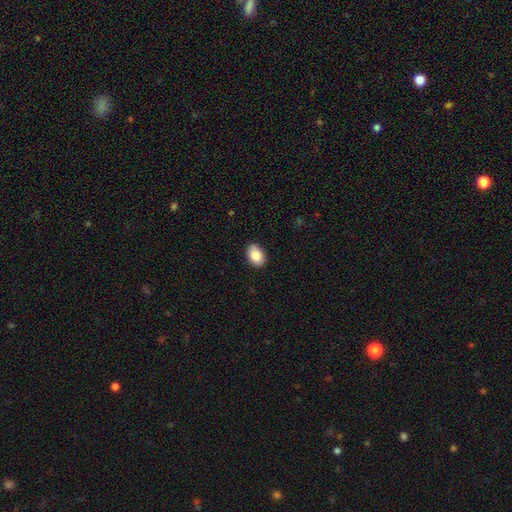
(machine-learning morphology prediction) A smooth galaxy with no disk features (84%) that is in between round and cigar-shaped (85%).

Vote fractions:
- Smooth or featured? smooth: 84% / featured or disk: 8% / star or artifact: 7%
- How rounded? in between: 85% / round: 14% / cigar-shaped: 1%
- Merging? none: 87% / minor disturbance: 10% / major disturbance: 2% / merger: 1%